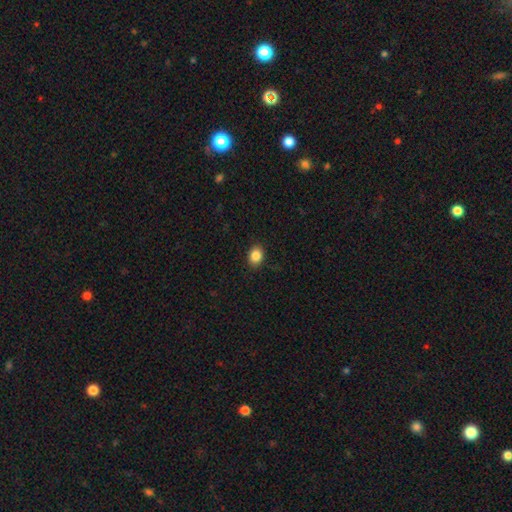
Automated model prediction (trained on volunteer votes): Morphology: type=smooth (87%); roundness=in between (51%); merging=none (89%).